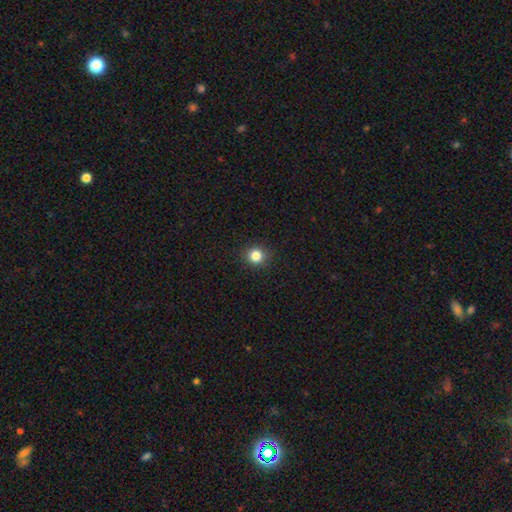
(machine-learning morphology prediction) type=smooth (84%); roundness=round (91%); merging=none (92%).